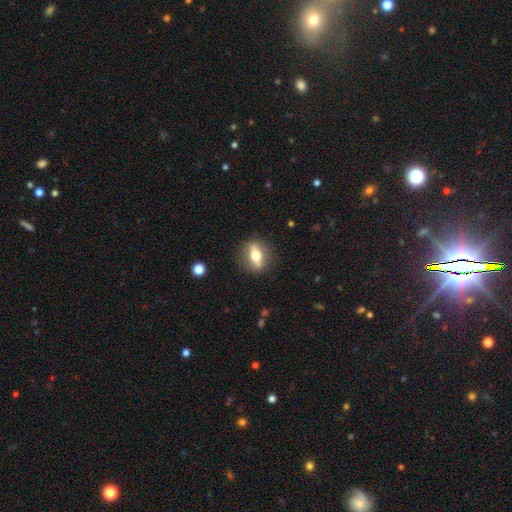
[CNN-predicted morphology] A featured or disk galaxy (50%). Merging: none (86%).